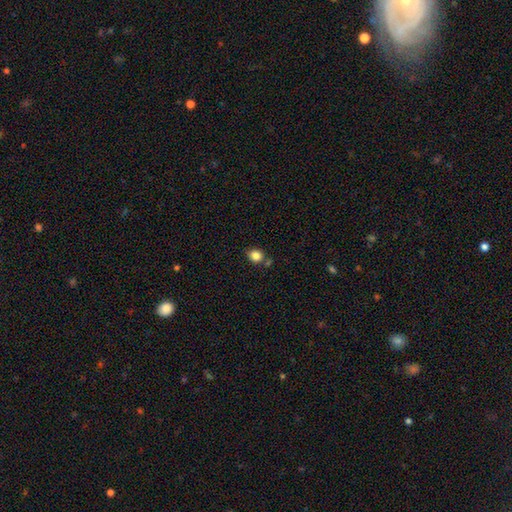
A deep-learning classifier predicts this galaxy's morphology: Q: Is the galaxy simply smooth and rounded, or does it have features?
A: smooth — 84%.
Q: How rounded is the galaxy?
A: round — 63%.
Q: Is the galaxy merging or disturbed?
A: none — 71%.